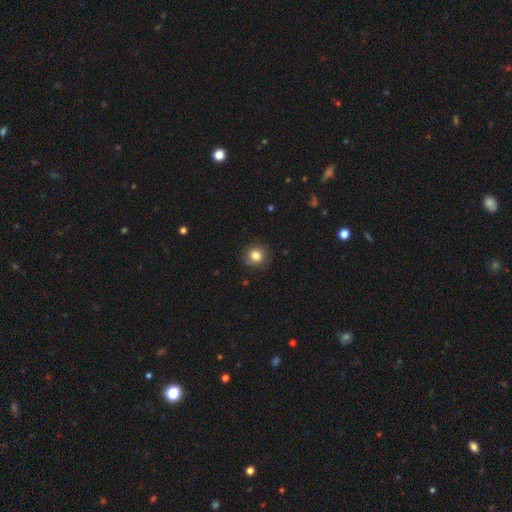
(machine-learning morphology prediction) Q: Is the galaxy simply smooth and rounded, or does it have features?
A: smooth — 83%.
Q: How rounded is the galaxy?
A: round — 87%.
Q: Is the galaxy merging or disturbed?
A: none — 85%.